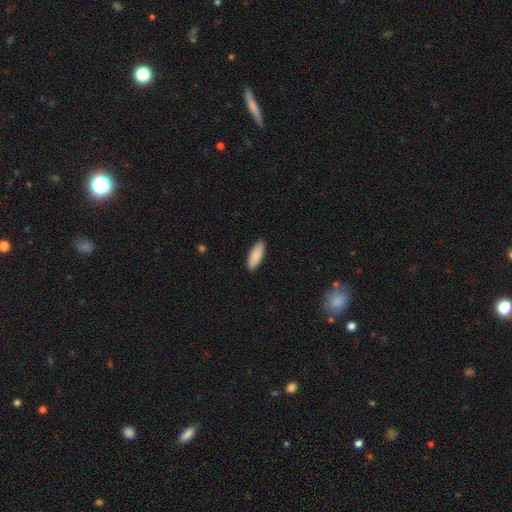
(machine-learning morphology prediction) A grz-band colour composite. It shows a smooth galaxy with no disk features (89%) that is in between round and cigar-shaped (65%). Merging: none (89%).